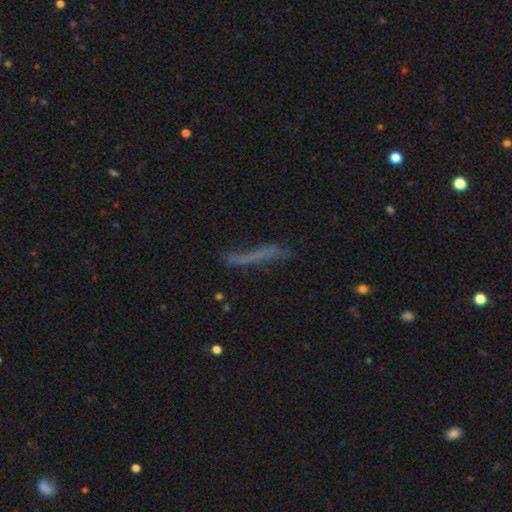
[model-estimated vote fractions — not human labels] smooth_or_featured: smooth (p=0.46) [alt: featured or disk p=0.38]
merging: none (p=0.60) [alt: minor disturbance p=0.22]